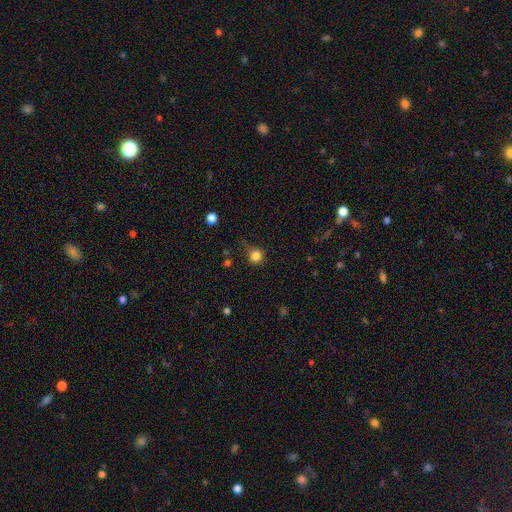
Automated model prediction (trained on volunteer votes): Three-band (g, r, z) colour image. It shows a smooth galaxy with no disk features (82%) that is round (90%). Merging: none (68%).